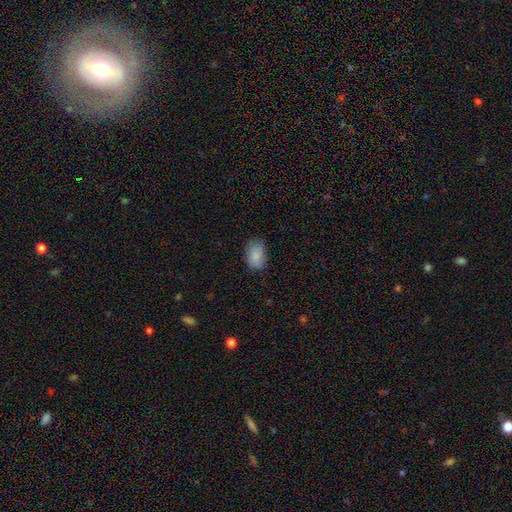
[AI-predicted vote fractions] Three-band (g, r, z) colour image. It shows a smooth galaxy with no disk features (86%) that is in between round and cigar-shaped (83%). Merging: none (73%).